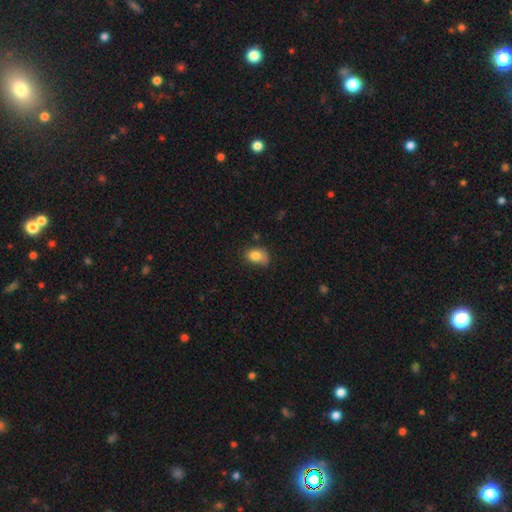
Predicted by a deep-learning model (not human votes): A smooth galaxy with no disk features (81%) that is in between round and cigar-shaped (77%).

Vote fractions:
- Smooth or featured? smooth: 81% / featured or disk: 10% / star or artifact: 9%
- How rounded? in between: 77% / round: 22% / cigar-shaped: 1%
- Merging? none: 53% / minor disturbance: 35% / major disturbance: 10% / merger: 3%